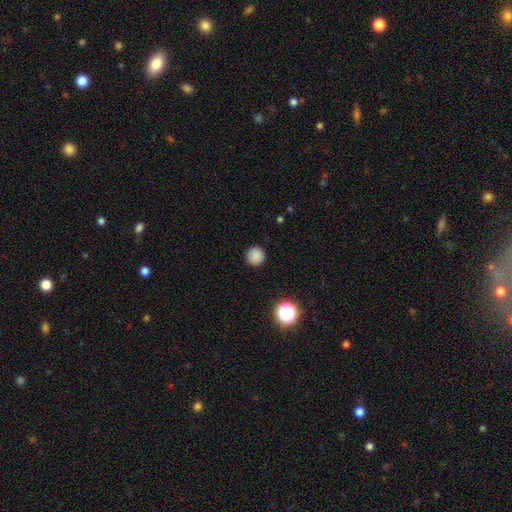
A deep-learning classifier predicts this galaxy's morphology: A smooth galaxy with no disk features (85%) that is round (95%).

Vote fractions:
- Smooth or featured? smooth: 85% / star or artifact: 12% / featured or disk: 4%
- How rounded? round: 95% / in between: 4% / cigar-shaped: 1%
- Merging? none: 91% / minor disturbance: 6% / major disturbance: 2% / merger: 1%